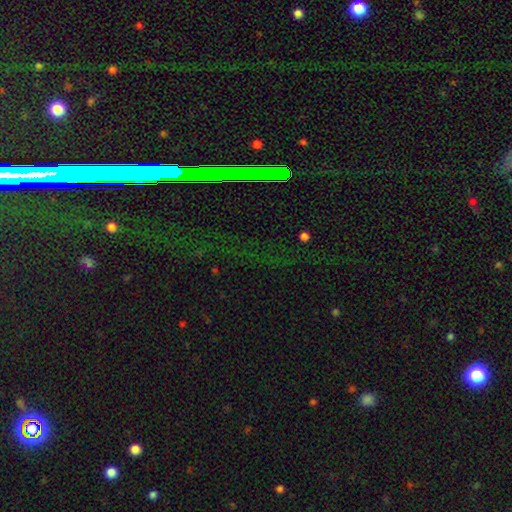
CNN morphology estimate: type=star or artifact (78%).